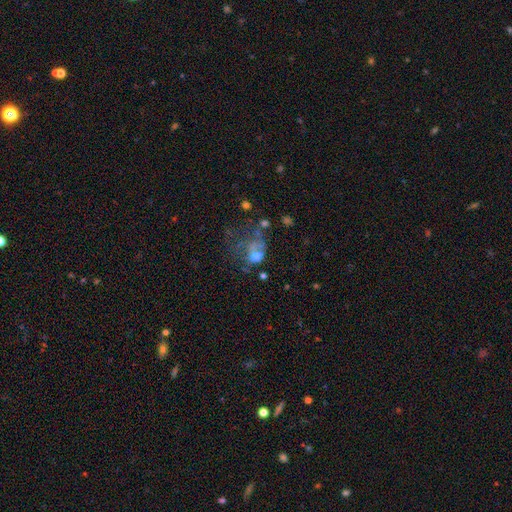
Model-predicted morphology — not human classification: type=smooth (45%); merging=major disturbance (41%).